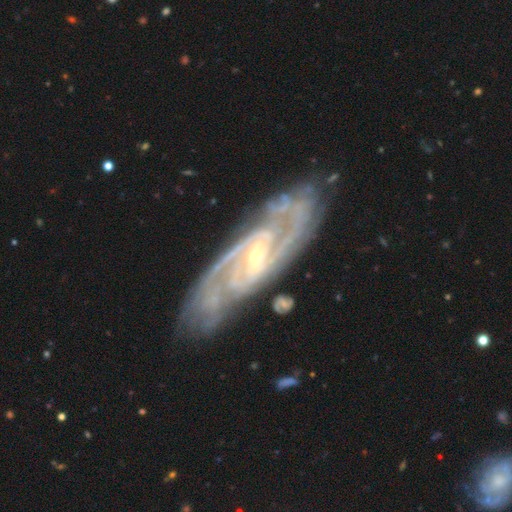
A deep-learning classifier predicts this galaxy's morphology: smooth_or_featured: featured or disk (p=0.91) [alt: star or artifact p=0.05]
disk_edge_on: no (p=0.92) [alt: yes p=0.08]
bar: weak (p=0.42) [alt: strong p=0.30]
has_spiral_arms: yes (p=0.98) [alt: no p=0.02]
spiral_winding: tight (p=0.50) [alt: medium p=0.42]
spiral_arm_count: 2 (p=0.57) [alt: 3 p=0.14]
bulge_size: small (p=0.78) [alt: moderate p=0.18]
merging: none (p=0.80) [alt: minor disturbance p=0.14]